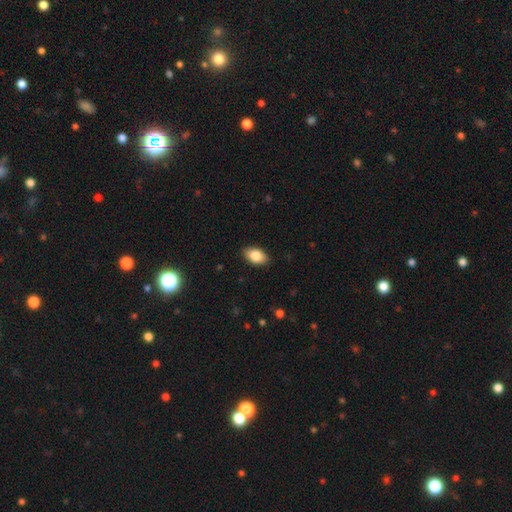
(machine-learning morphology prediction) Q: Smooth or featured?
A: smooth (83%); runner-up: featured or disk (10%)
Q: How rounded?
A: in between (91%); runner-up: round (7%)
Q: Merging?
A: none (88%); runner-up: minor disturbance (10%)